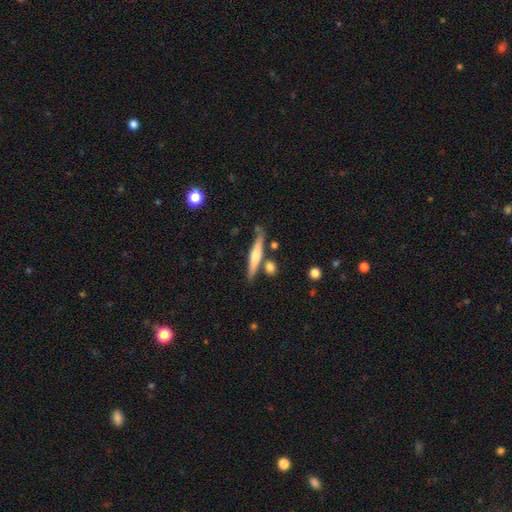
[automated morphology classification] Smooth or featured: featured or disk — 47% (tied with smooth — 47%)
Merging: none — 74% (minor disturbance — 12%)